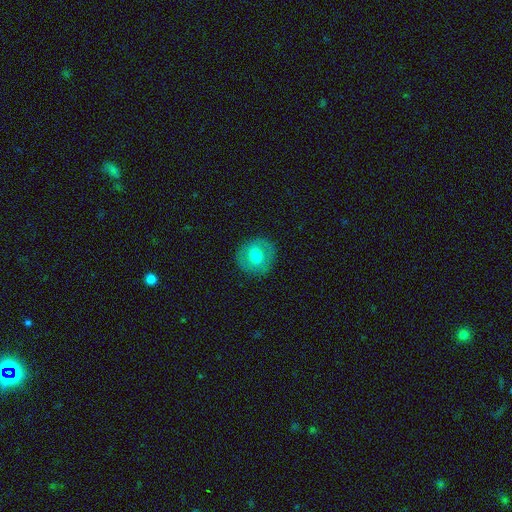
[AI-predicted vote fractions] Overall: smooth (64%; featured or disk 28%). How rounded: round (91%). Merging: none (88%).